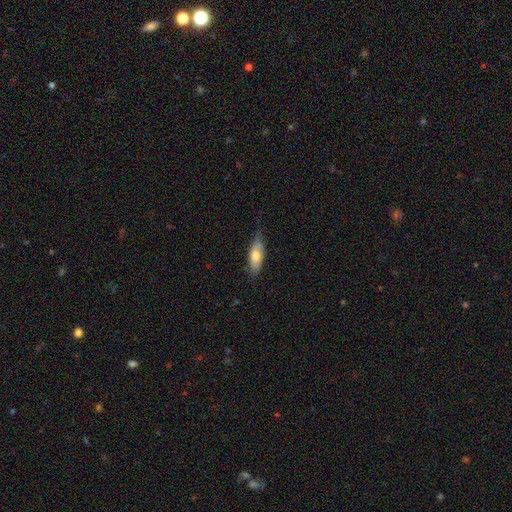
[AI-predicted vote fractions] Smooth or featured? Predicted: smooth (p=0.69). How rounded? Predicted: in between (p=0.67). Merging? Predicted: none (p=0.70).